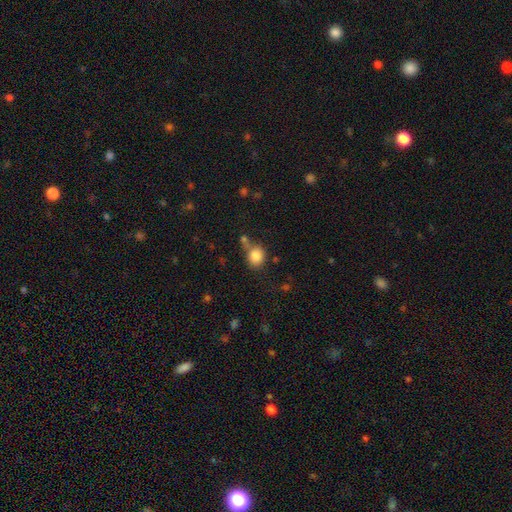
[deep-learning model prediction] This appears to be a smooth galaxy with no disk features (83%) that is round (74%). Merging: none (60%).